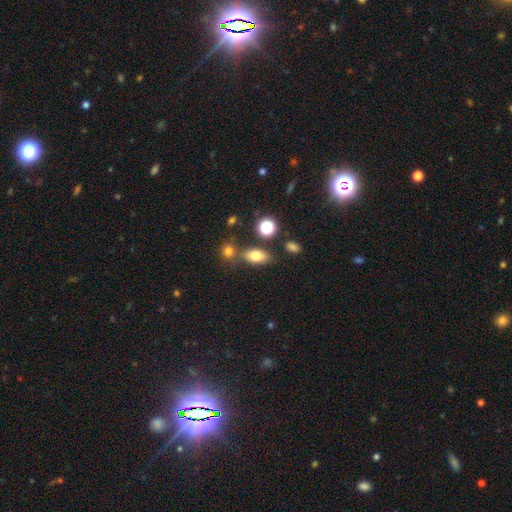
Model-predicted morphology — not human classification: Smooth or featured? Predicted: smooth (p=0.77). How rounded? Predicted: in between (p=0.81). Merging? Predicted: none (p=0.66).